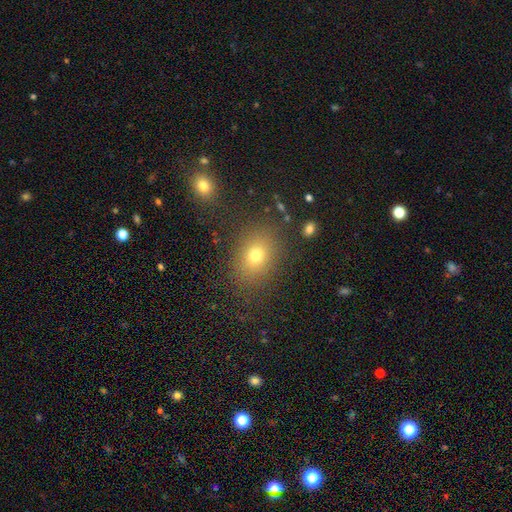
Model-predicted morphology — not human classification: type=smooth (72%); roundness=in between (61%); merging=none (83%).